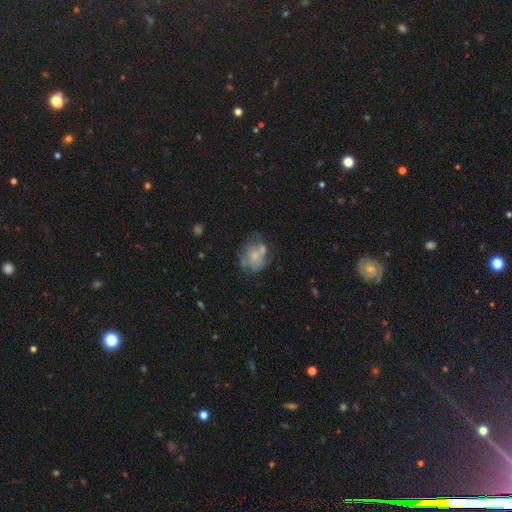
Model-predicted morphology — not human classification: A smooth galaxy with no disk features (45%, tied with featured or disk).

Vote fractions:
- Smooth or featured? smooth: 45% (tied) / featured or disk: 45% (tied) / star or artifact: 10%
- Merging? none: 40% / minor disturbance: 25% / major disturbance: 18% / merger: 17%